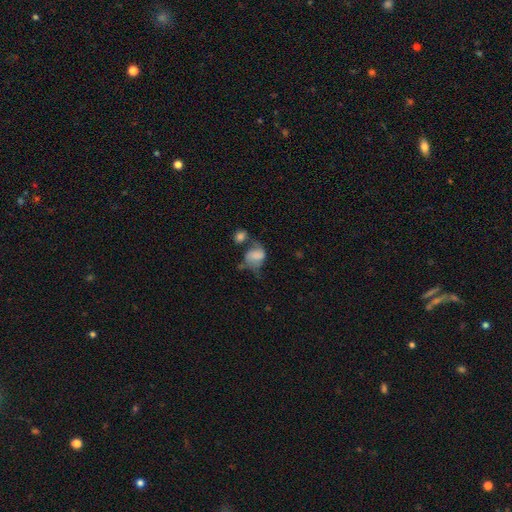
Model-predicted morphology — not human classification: Overall: smooth (57%; featured or disk 32%). How rounded: in between (65%; round 34%). Merging: merger (30%; major disturbance 27%).